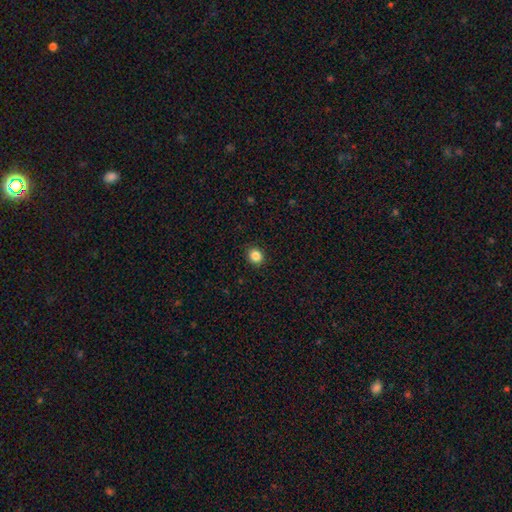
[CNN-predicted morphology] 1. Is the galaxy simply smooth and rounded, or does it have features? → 85% smooth, 11% star or artifact, 4% featured or disk.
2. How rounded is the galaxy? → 81% round, 18% in between, 1% cigar-shaped.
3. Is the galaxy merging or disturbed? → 92% none, 6% minor disturbance, 2% major disturbance, 1% merger.